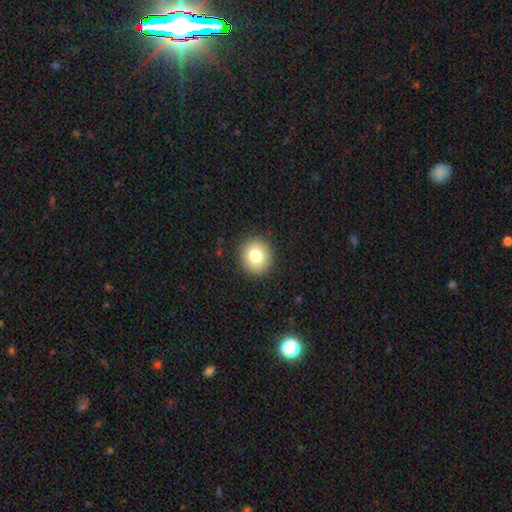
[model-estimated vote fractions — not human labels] Smooth or featured? Predicted: smooth (p=0.79). How rounded? Predicted: round (p=0.81). Merging? Predicted: none (p=0.90).